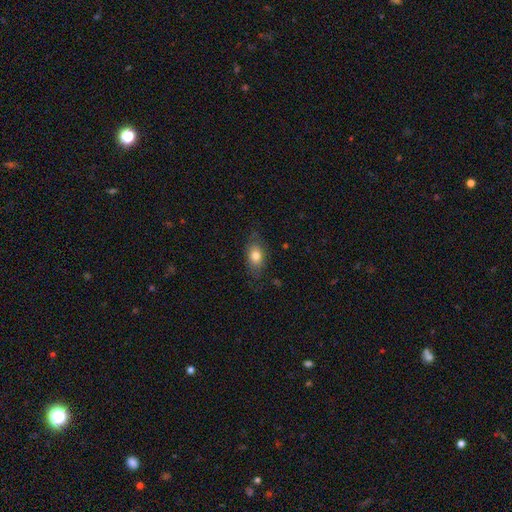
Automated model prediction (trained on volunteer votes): Overall: smooth (77%). How rounded: in between (81%). Merging: none (73%).